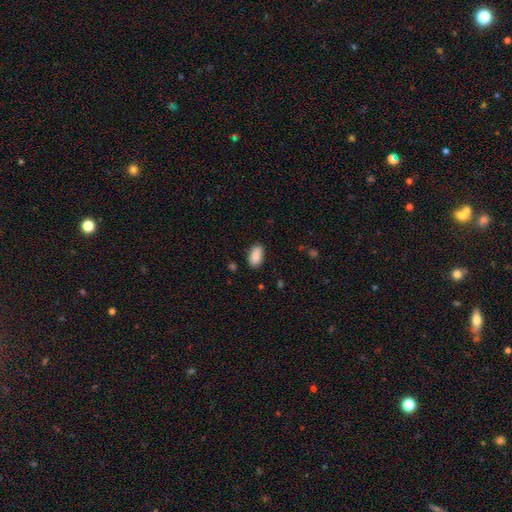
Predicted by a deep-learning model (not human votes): The model was most divided on "merging": none: 83%, minor disturbance: 13%, major disturbance: 3%, merger: 2%. More confident: how rounded — in between (92%); smooth or featured — smooth (87%).